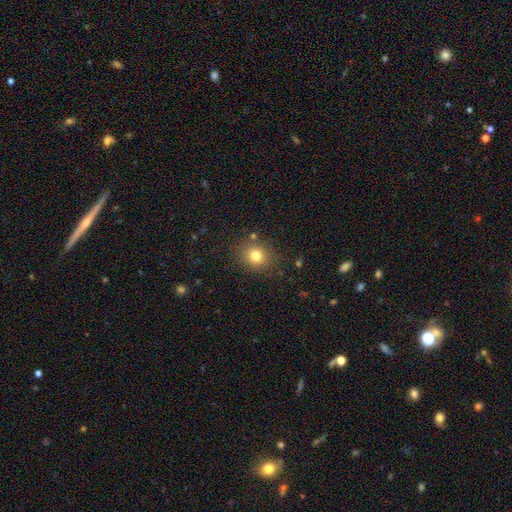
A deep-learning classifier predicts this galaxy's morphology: smooth 78%, star or artifact 14%, featured or disk 8%. Down the decision tree: how rounded — round (76%); merging — none (85%).